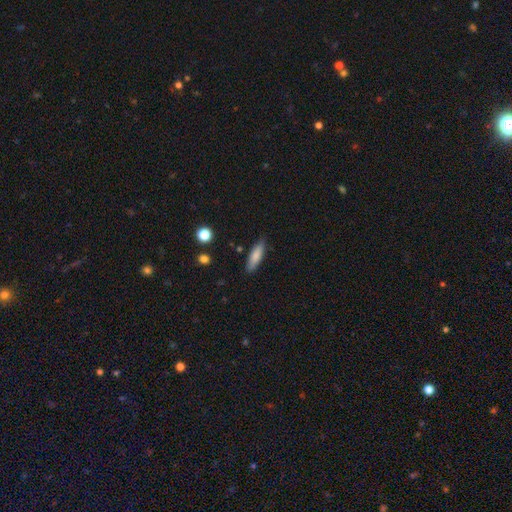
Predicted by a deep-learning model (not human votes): Smooth or featured? Predicted: smooth (p=0.80). How rounded? Predicted: cigar-shaped (p=0.61). Merging? Predicted: none (p=0.84).